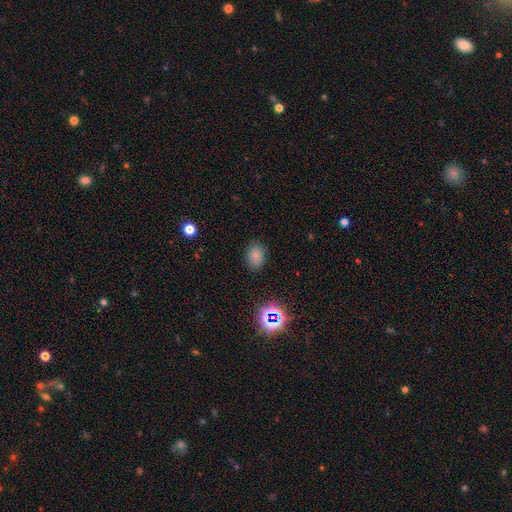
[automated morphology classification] This appears to be a smooth galaxy with no disk features (76%) that is in between round and cigar-shaped (71%). Merging: none (83%).